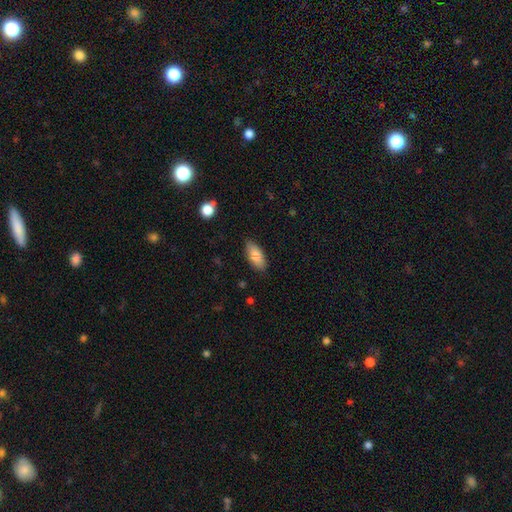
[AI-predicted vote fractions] smooth 84%, featured or disk 9%, star or artifact 7%. Down the decision tree: how rounded — in between (86%); merging — none (82%).